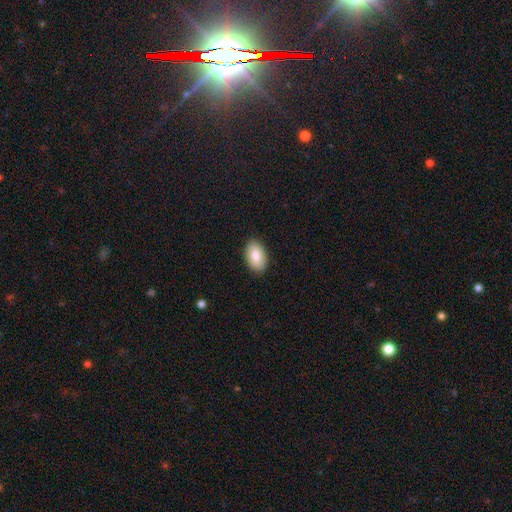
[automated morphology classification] A smooth galaxy with no disk features (83%) that is in between round and cigar-shaped (93%).

Vote fractions:
- Smooth or featured? smooth: 83% / featured or disk: 11% / star or artifact: 6%
- How rounded? in between: 93% / round: 5% / cigar-shaped: 1%
- Merging? none: 89% / minor disturbance: 9% / major disturbance: 2% / merger: 1%